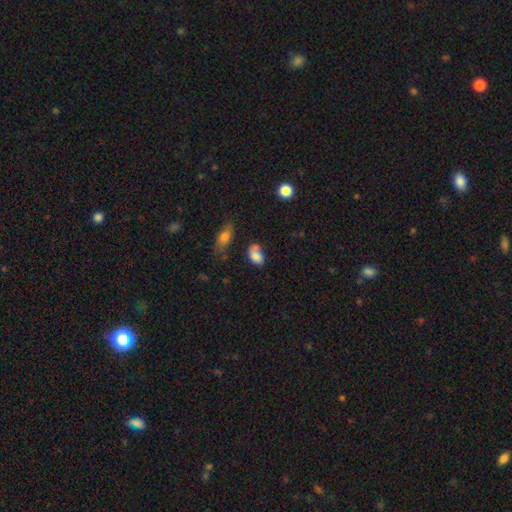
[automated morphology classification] This is likely a smooth galaxy (79%). How rounded: clearly in between (84%). Merging: marginally none (41%).